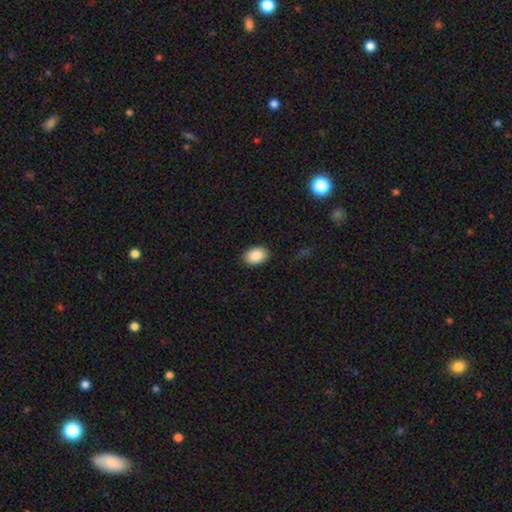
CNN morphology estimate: Smooth or featured? smooth (88%)
How rounded? in between (85%)
Merging? none (89%)